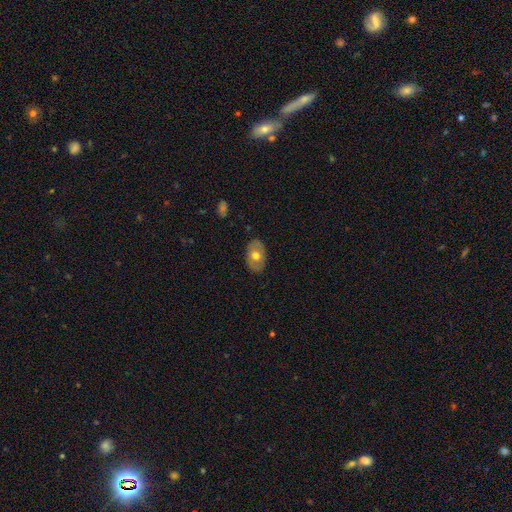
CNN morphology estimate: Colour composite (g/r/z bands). It shows a smooth galaxy with no disk features (58%) that is in between round and cigar-shaped (84%). Merging: none (84%).